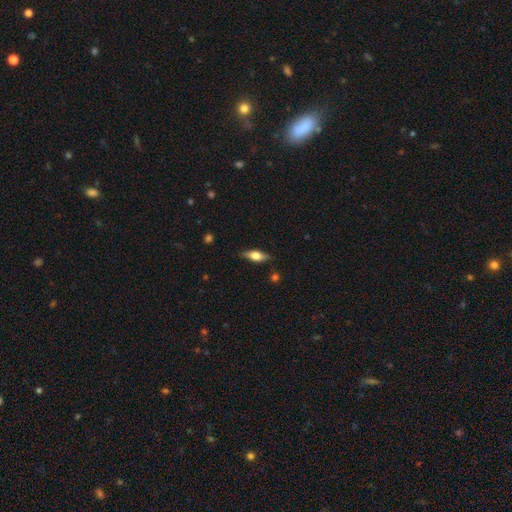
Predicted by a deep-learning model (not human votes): Overall: smooth (57%; featured or disk 36%). How rounded: in between (67%; cigar-shaped 30%). Merging: none (82%).